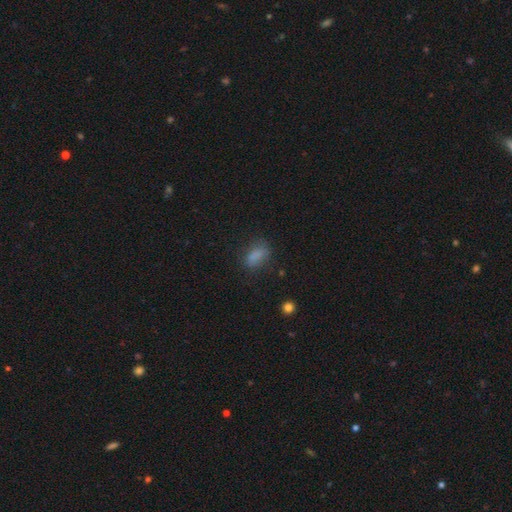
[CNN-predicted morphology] smooth 79%, star or artifact 12%, featured or disk 8%. Down the decision tree: how rounded — in between (83%); merging — none (66%).